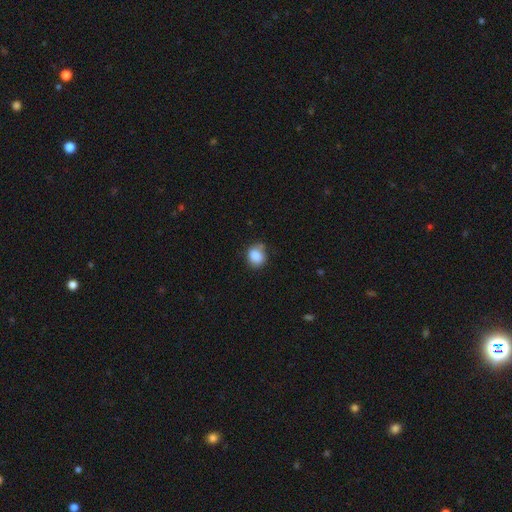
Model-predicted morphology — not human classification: A smooth galaxy with no disk features (86%) that is round (63%). Merging: none (66%).